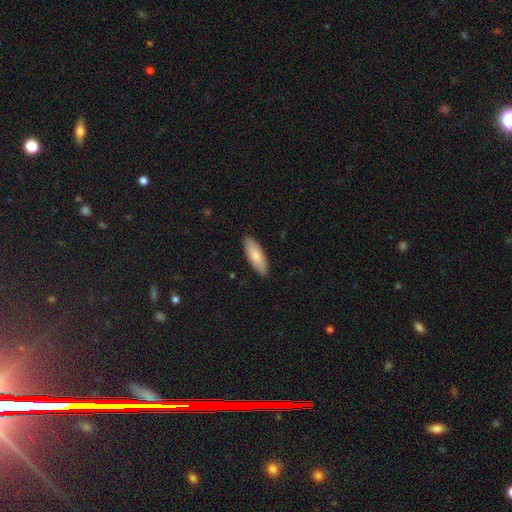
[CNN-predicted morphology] Overall: smooth (79%). How rounded: in between (62%; cigar-shaped 36%). Merging: none (89%).